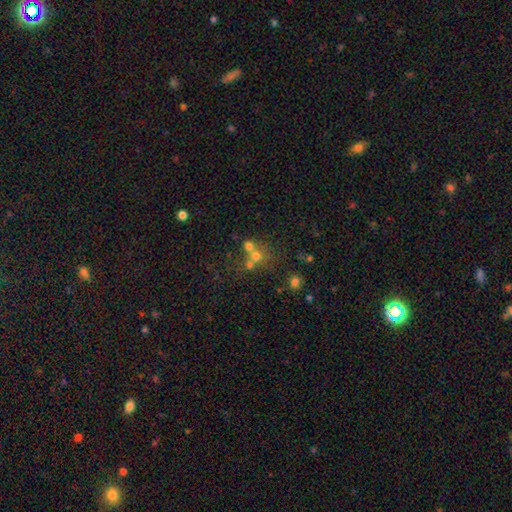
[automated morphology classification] Smooth or featured? Predicted: smooth (p=0.58). How rounded? Predicted: round (p=0.80). Merging? Predicted: merger (p=0.51).